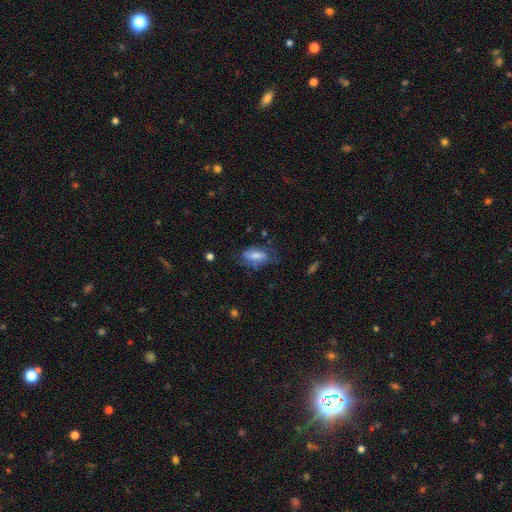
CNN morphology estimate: Overall: smooth (61%; featured or disk 31%). How rounded: in between (82%). Merging: none (55%; minor disturbance 28%).